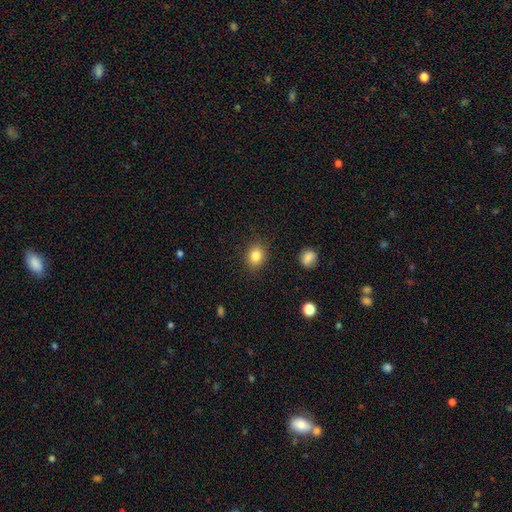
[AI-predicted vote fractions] smooth-or-featured: smooth: 84% | star or artifact: 10% | featured or disk: 6%
  how-rounded: round: 53% | in between: 46% | cigar-shaped: 1%
  merging: none: 85% | minor disturbance: 10% | major disturbance: 3% | merger: 1%